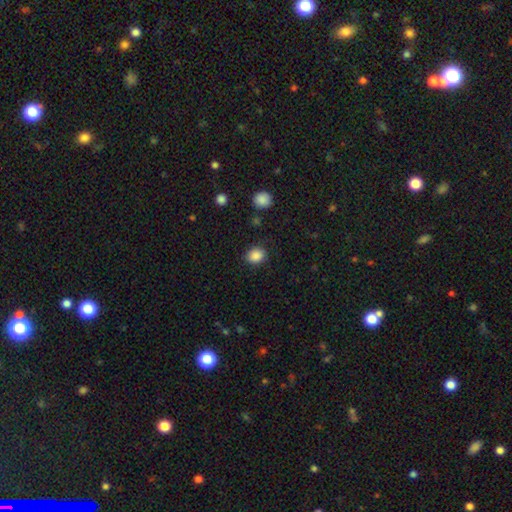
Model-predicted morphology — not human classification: Overall: smooth (87%). How rounded: round (56%; in between 43%). Merging: none (85%).